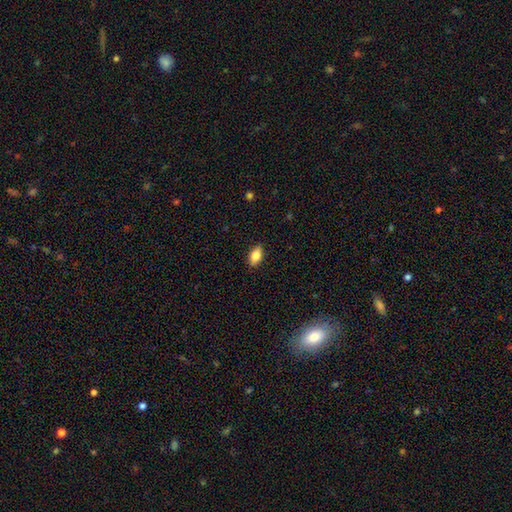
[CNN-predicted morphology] Smooth or featured? Predicted: smooth (p=0.83). How rounded? Predicted: in between (p=0.89). Merging? Predicted: none (p=0.87).